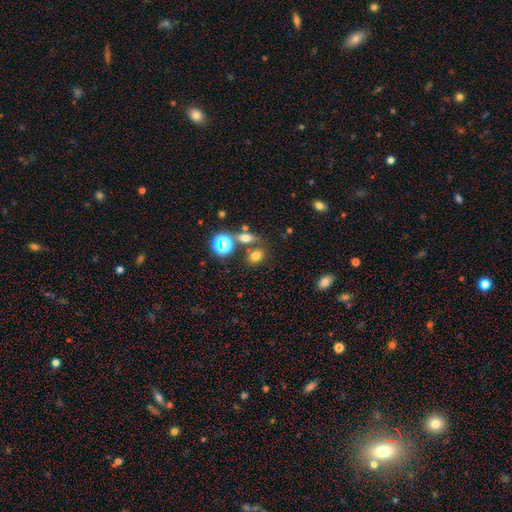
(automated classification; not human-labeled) Smooth or featured? smooth (72%)
How rounded? in between (62%)
Merging? none (64%)